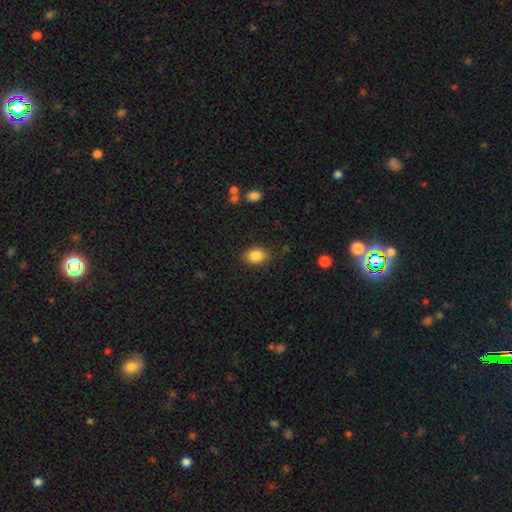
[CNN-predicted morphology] Smooth or featured? Predicted: smooth (p=0.86). How rounded? Predicted: in between (p=0.76). Merging? Predicted: none (p=0.84).